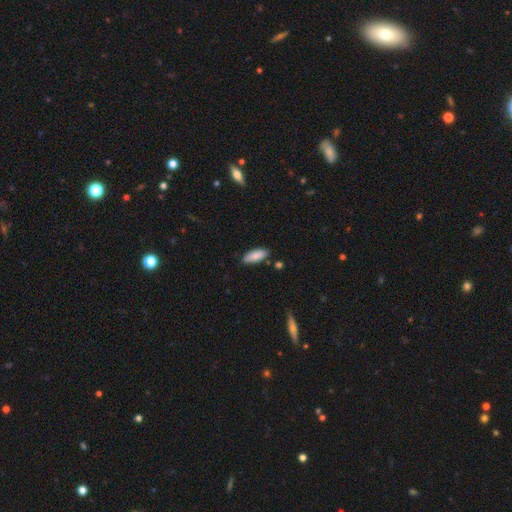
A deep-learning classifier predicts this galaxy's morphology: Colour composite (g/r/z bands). It shows a smooth galaxy with no disk features (85%) that is in between round and cigar-shaped (75%). Merging: none (84%).